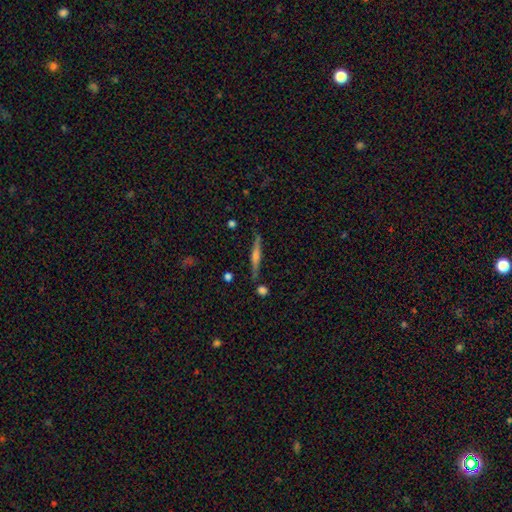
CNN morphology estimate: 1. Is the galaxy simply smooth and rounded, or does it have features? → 68% featured or disk, 24% smooth, 7% star or artifact.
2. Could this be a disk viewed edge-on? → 98% yes, 2% no.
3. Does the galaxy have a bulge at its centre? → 72% rounded, 16% boxy, 12% none.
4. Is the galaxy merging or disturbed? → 86% none, 9% minor disturbance, 3% merger, 2% major disturbance.